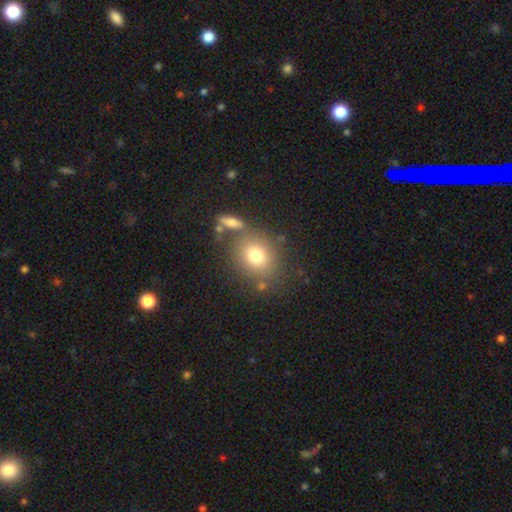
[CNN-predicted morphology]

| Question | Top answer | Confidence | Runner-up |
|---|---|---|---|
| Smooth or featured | smooth | 75% | featured or disk (13%) |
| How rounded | round | 67% | in between (32%) |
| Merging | none | 70% | merger (13%) |